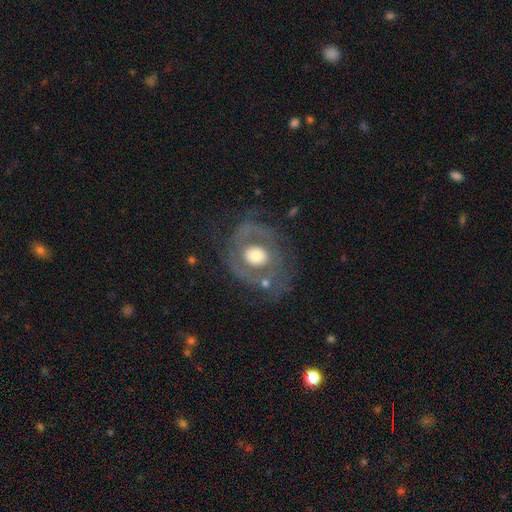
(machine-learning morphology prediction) smooth_or_featured: featured or disk (p=0.64) [alt: smooth p=0.29]
disk_edge_on: no (p=0.96) [alt: yes p=0.04]
bar: no (p=0.81) [alt: weak p=0.14]
has_spiral_arms: no (p=0.56) [alt: yes p=0.44]
bulge_size: moderate (p=0.55) [alt: large p=0.29]
merging: none (p=0.60) [alt: major disturbance p=0.19]